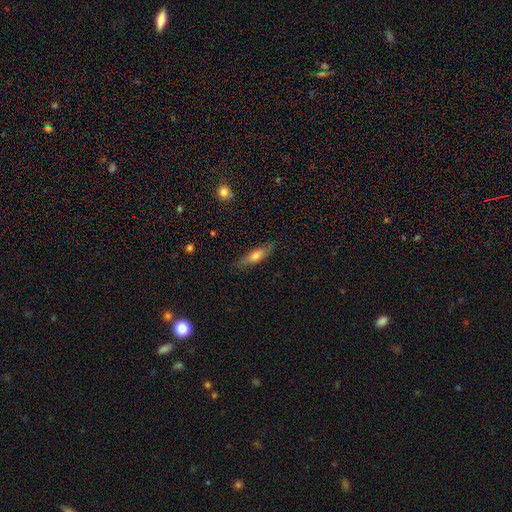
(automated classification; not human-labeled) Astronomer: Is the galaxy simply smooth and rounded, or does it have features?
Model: smooth — 56% (runner-up: featured or disk, 37%).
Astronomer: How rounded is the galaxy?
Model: cigar-shaped — 58% (runner-up: in between, 40%).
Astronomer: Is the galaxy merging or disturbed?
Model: none — 81%.